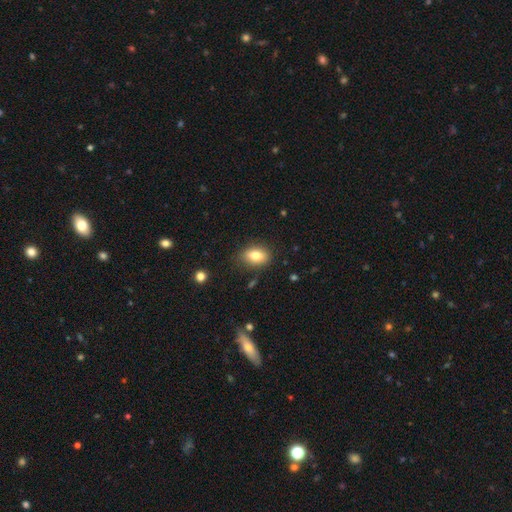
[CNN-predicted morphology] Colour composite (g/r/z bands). It shows a smooth galaxy with no disk features (80%) that is in between round and cigar-shaped (83%). Merging: none (79%).